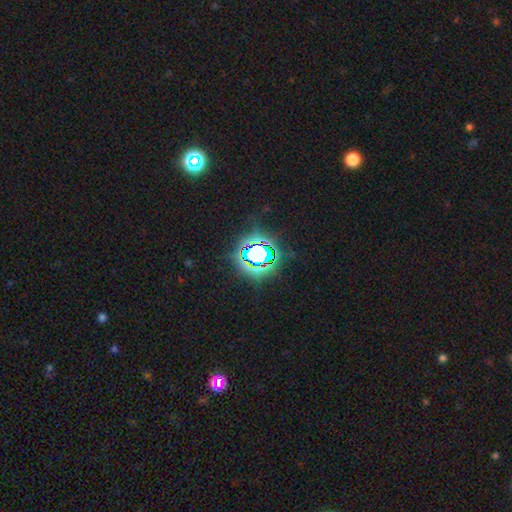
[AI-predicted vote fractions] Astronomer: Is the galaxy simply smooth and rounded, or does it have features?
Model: star or artifact — 74%.